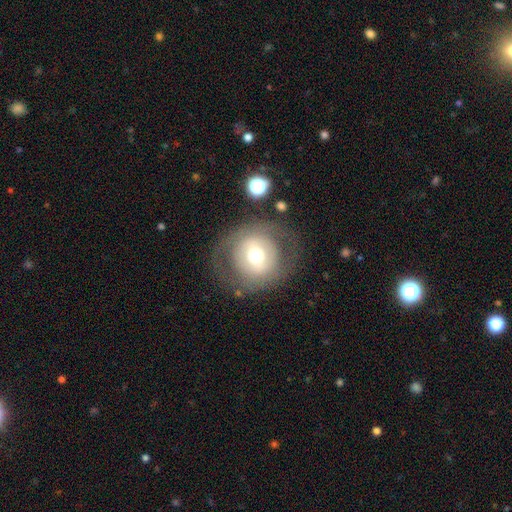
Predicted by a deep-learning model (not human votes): The model was most divided on "smooth or featured": smooth: 48%, featured or disk: 43%, star or artifact: 9%. More confident: merging — none (76%).